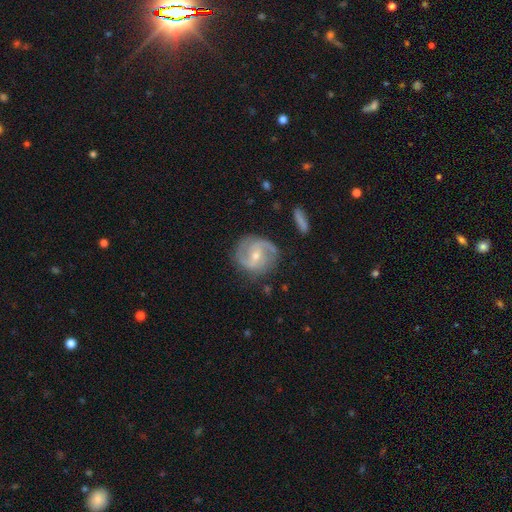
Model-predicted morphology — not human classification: Smooth or featured? featured or disk (85%)
Edge-on disk? no (98%)
Bar? weak (50%)
Spiral arms? yes (95%)
Spiral winding? medium (52%)
Spiral arm count? 2 (82%)
Bulge size? small (52%)
Merging? none (77%)